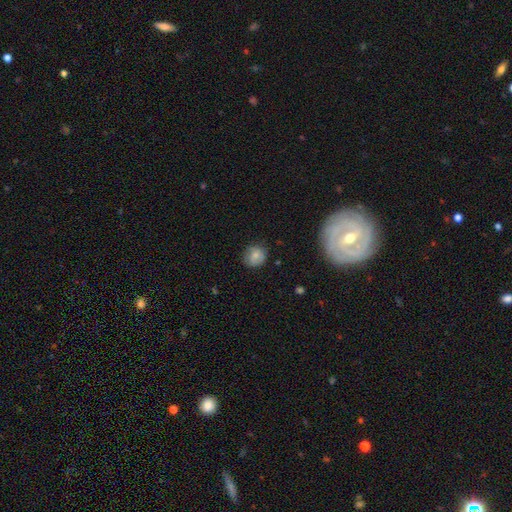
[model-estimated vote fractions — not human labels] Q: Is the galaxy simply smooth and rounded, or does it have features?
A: smooth — 78%.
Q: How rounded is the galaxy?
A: round — 82%.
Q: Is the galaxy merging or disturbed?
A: none — 78%.